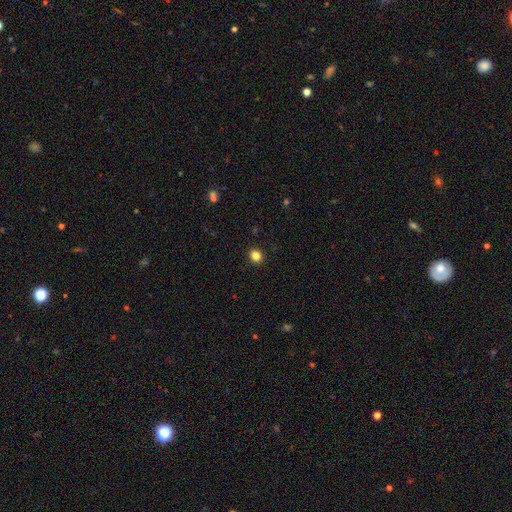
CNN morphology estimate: Smooth or featured?
  - smooth: 83% *
  - star or artifact: 12%
  - featured or disk: 5%
How rounded?
  - round: 74% *
  - in between: 25%
  - cigar-shaped: 1%
Merging?
  - none: 92% *
  - minor disturbance: 6%
  - major disturbance: 2%
  - merger: 1%